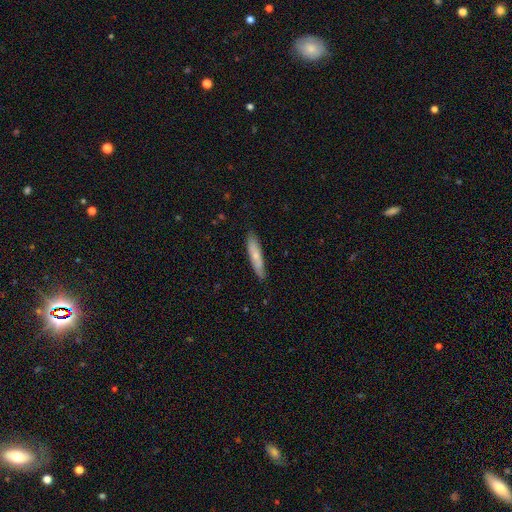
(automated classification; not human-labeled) smooth 64%, featured or disk 30%, star or artifact 6%. Down the decision tree: how rounded — cigar-shaped (85%); merging — none (83%).